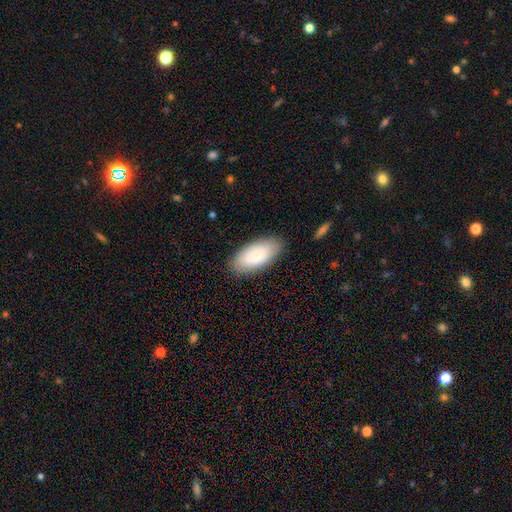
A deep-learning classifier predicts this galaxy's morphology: type=smooth (74%); roundness=in between (92%); merging=none (84%).